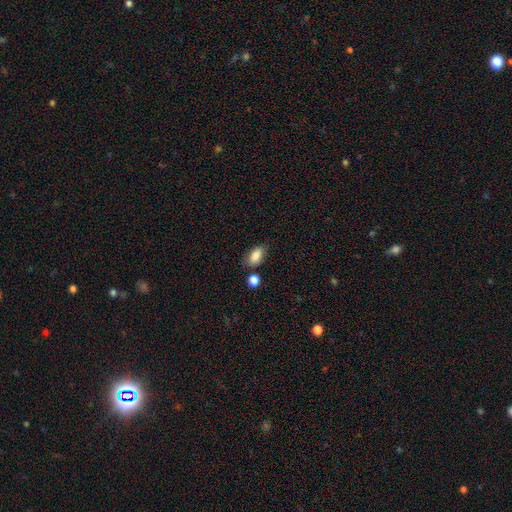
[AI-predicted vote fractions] A smooth galaxy with no disk features (84%) that is in between round and cigar-shaped (88%).

Vote fractions:
- Smooth or featured? smooth: 84% / featured or disk: 8% / star or artifact: 8%
- How rounded? in between: 88% / round: 6% / cigar-shaped: 6%
- Merging? none: 71% / minor disturbance: 17% / merger: 9% / major disturbance: 4%